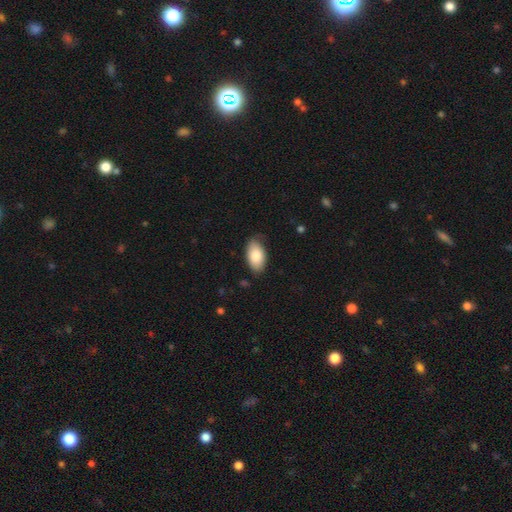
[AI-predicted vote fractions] A smooth galaxy with no disk features (83%) that is in between round and cigar-shaped (95%).

Vote fractions:
- Smooth or featured? smooth: 83% / featured or disk: 10% / star or artifact: 6%
- How rounded? in between: 95% / round: 4% / cigar-shaped: 2%
- Merging? none: 77% / minor disturbance: 19% / major disturbance: 3% / merger: 1%